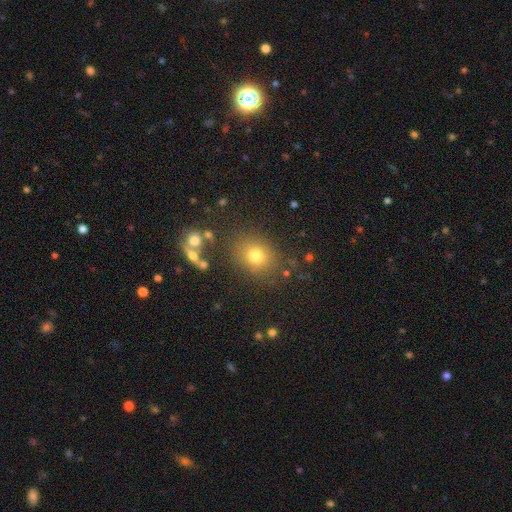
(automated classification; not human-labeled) Morphology: type=smooth (72%); roundness=round (62%); merging=none (80%).